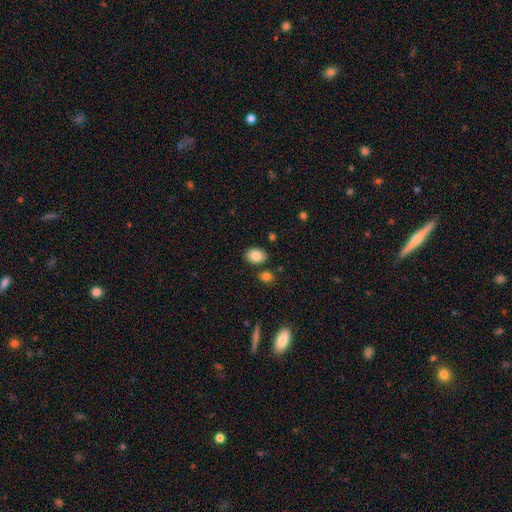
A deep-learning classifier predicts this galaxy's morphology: Q: Smooth or featured?
A: smooth (85%); runner-up: star or artifact (8%)
Q: How rounded?
A: in between (77%); runner-up: round (22%)
Q: Merging?
A: none (82%); runner-up: minor disturbance (10%)